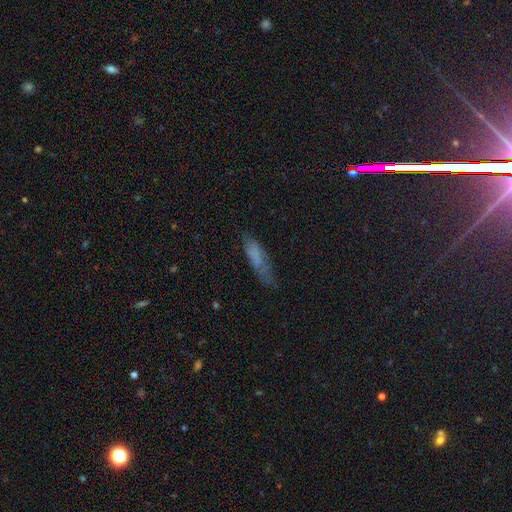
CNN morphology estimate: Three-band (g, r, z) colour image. It shows a smooth galaxy with no disk features (67%) that is cigar-shaped (65%). Merging: none (57%).